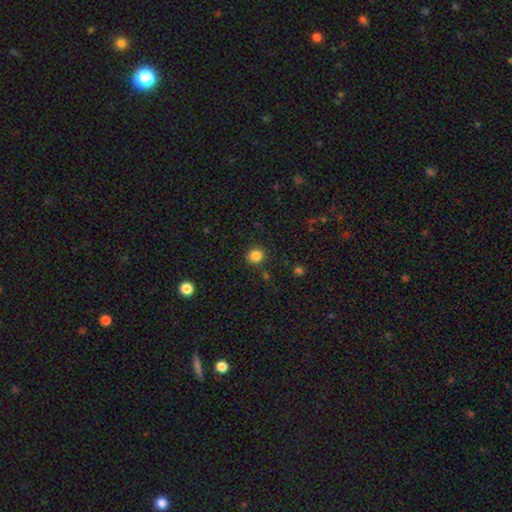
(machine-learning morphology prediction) This appears to be a smooth galaxy with no disk features (85%) that is round (81%). Merging: none (88%).